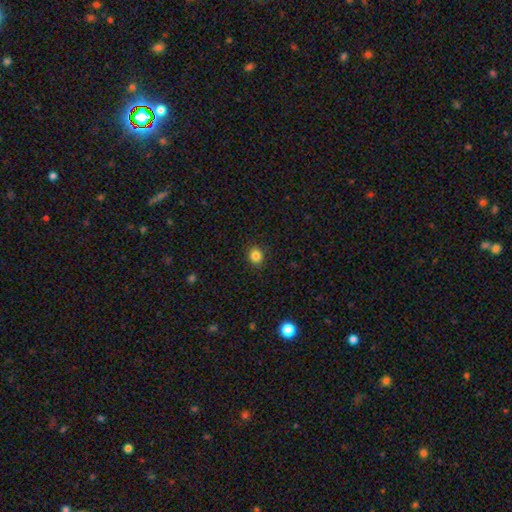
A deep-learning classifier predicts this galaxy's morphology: Smooth or featured? smooth (84%)
How rounded? round (77%)
Merging? none (90%)